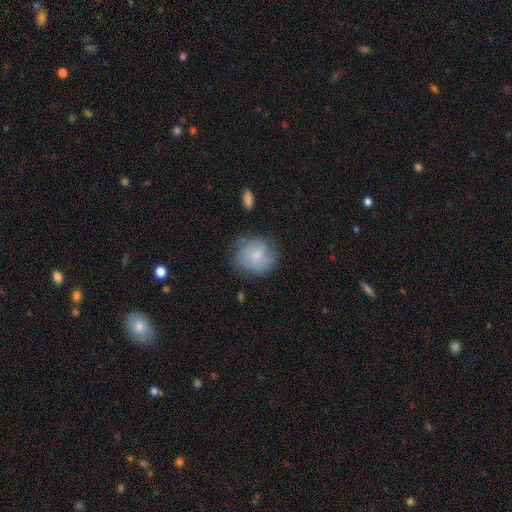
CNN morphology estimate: Smooth or featured? Predicted: smooth (p=0.68). How rounded? Predicted: round (p=0.81). Merging? Predicted: none (p=0.70).